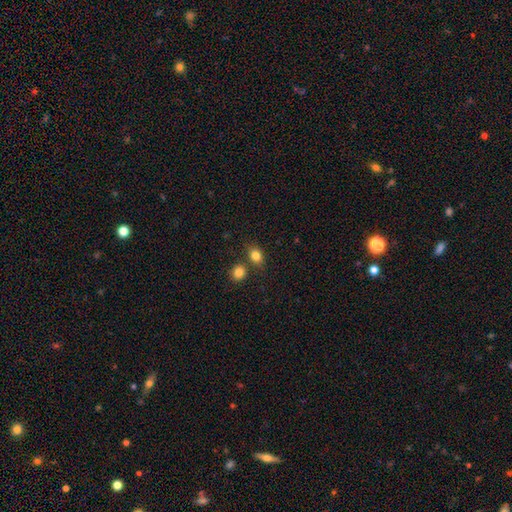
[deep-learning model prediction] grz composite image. It shows a smooth galaxy with no disk features (82%) that is in between round and cigar-shaped (50%). Merging: none (68%).